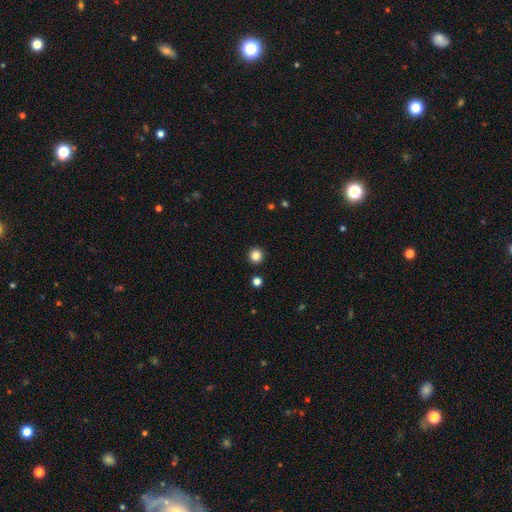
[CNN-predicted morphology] Smooth or featured?
  - smooth: 84% *
  - star or artifact: 11%
  - featured or disk: 4%
How rounded?
  - round: 95% *
  - in between: 4%
  - cigar-shaped: 1%
Merging?
  - none: 93% *
  - minor disturbance: 4%
  - merger: 2%
  - major disturbance: 1%